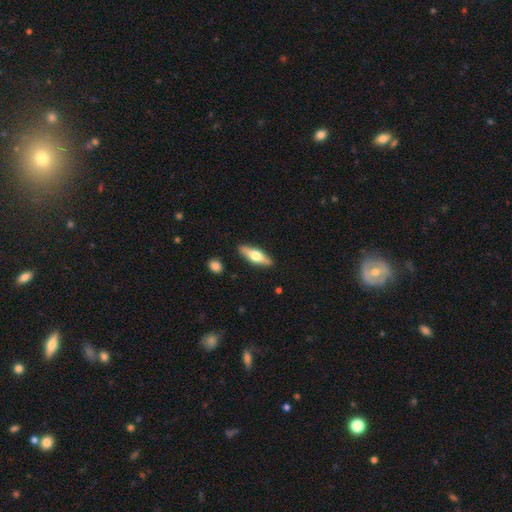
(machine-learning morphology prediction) This is possibly a smooth galaxy (49%). Merging: clearly none (88%).